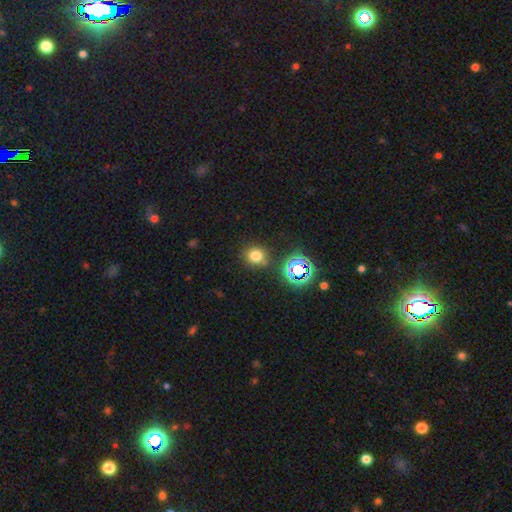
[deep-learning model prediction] Overall: smooth (71%). How rounded: round (82%). Merging: none (79%).